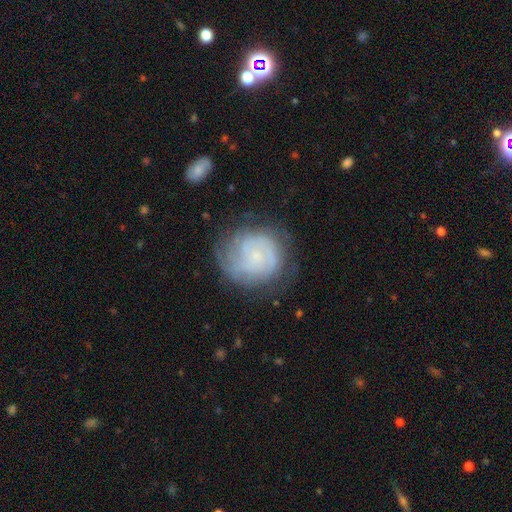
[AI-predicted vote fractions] smooth-or-featured: featured or disk: 71% | smooth: 22% | star or artifact: 7%
  disk-edge-on: no: 98% | yes: 2%
    bar: no: 72% | weak: 24% | strong: 4%
    has-spiral-arms: yes: 92% | no: 8%
      spiral-winding: tight: 66% | medium: 26% | loose: 8%
      spiral-arm-count: can't tell: 37% | 2: 28% | 3: 18% | 4: 7% | 1: 6% | more than 4: 5%
    bulge-size: small: 71% | none: 13% | moderate: 13% | large: 2% | dominant: 1%
  merging: none: 71% | minor disturbance: 18% | major disturbance: 9% | merger: 2%